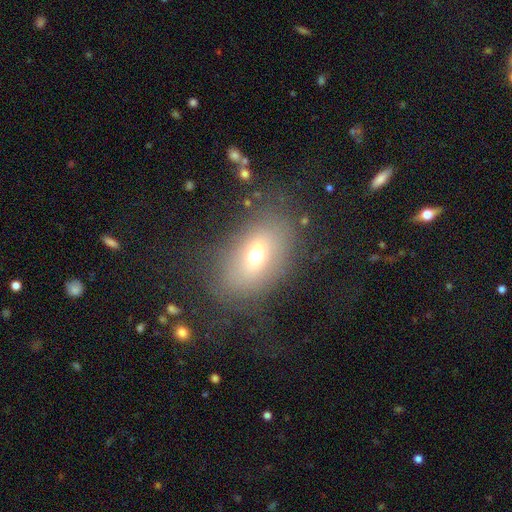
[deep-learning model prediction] smooth_or_featured: smooth (p=0.59) [alt: featured or disk p=0.26]
how_rounded: in between (p=0.76) [alt: round p=0.22]
merging: none (p=0.66) [alt: minor disturbance p=0.17]